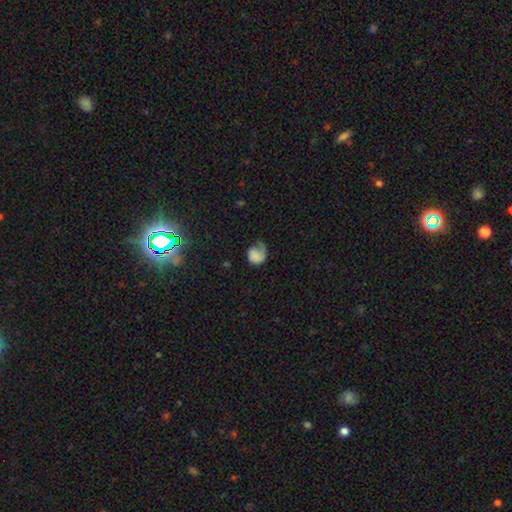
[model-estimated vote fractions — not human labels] Q: Smooth or featured?
A: smooth (58%); runner-up: featured or disk (33%)
Q: How rounded?
A: round (68%); runner-up: in between (31%)
Q: Merging?
A: major disturbance (37%); runner-up: none (33%)